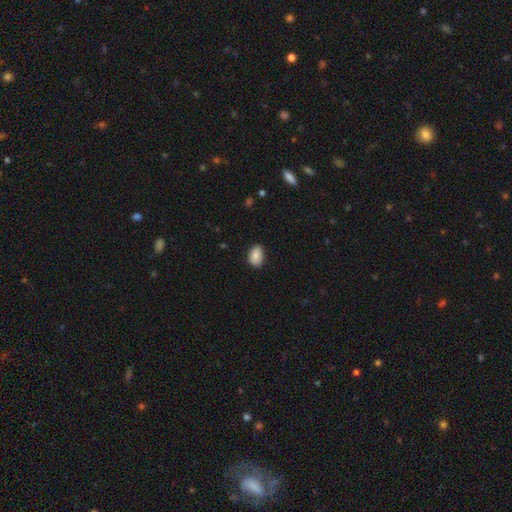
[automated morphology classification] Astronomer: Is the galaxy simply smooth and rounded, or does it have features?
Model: smooth — 83%.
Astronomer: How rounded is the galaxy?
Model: in between — 86%.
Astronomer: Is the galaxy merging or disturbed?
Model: none — 81%.